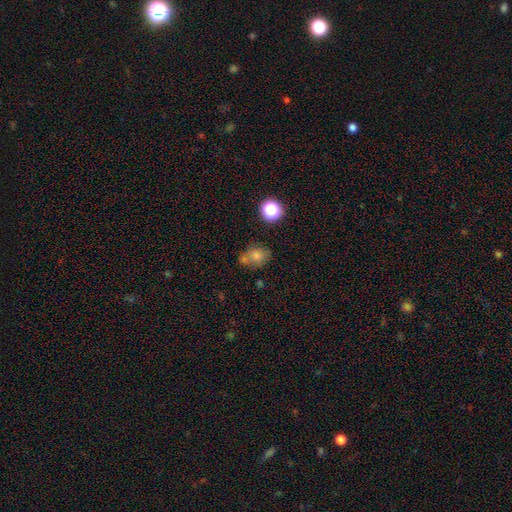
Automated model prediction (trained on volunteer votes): Smooth or featured?
  - smooth: 72% *
  - star or artifact: 14%
  - featured or disk: 14%
How rounded?
  - in between: 54% *
  - round: 45%
  - cigar-shaped: 1%
Merging?
  - none: 51% *
  - merger: 24%
  - minor disturbance: 19%
  - major disturbance: 7%